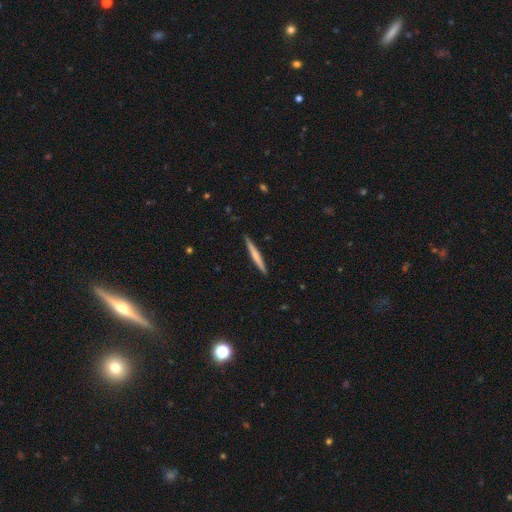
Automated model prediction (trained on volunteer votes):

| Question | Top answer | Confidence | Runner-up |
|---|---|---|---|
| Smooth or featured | smooth | 56% | featured or disk (39%) |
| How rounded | cigar-shaped | 97% | in between (2%) |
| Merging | none | 91% | minor disturbance (7%) |